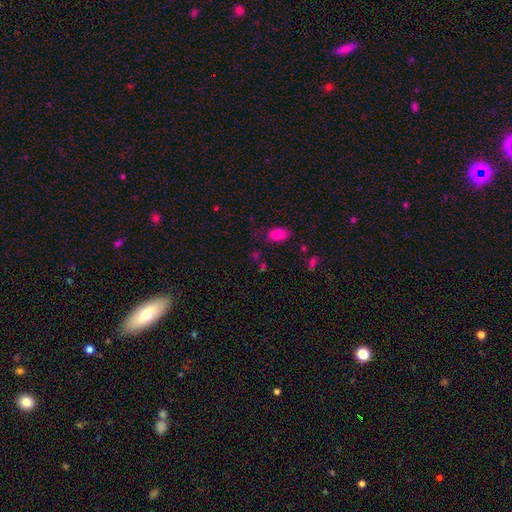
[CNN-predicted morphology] Smooth or featured: smooth — 67% (star or artifact — 25%)
How rounded: in between — 68% (round — 28%)
Merging: none — 70% (minor disturbance — 16%)